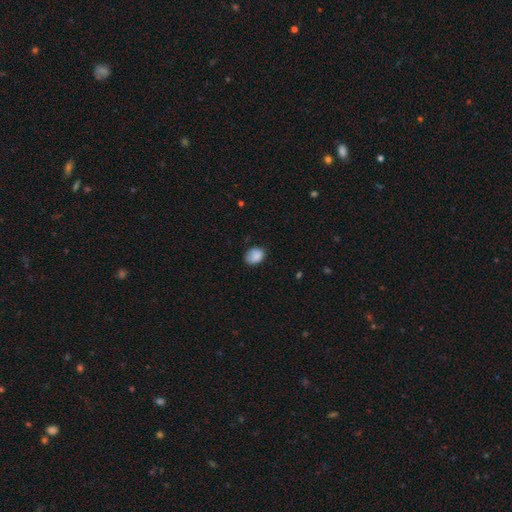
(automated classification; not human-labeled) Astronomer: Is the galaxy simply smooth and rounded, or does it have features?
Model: smooth — 85%.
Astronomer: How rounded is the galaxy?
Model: in between — 65%.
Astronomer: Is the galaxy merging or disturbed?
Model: none — 67%.